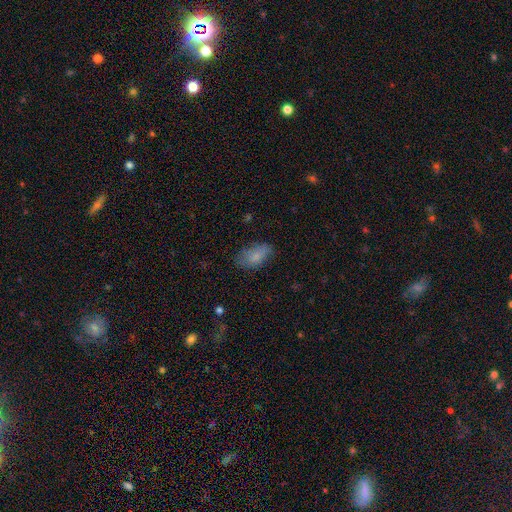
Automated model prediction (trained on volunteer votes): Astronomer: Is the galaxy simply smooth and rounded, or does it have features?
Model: smooth — 82%.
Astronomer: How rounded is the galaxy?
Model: in between — 92%.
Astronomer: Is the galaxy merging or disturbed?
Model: none — 66%.